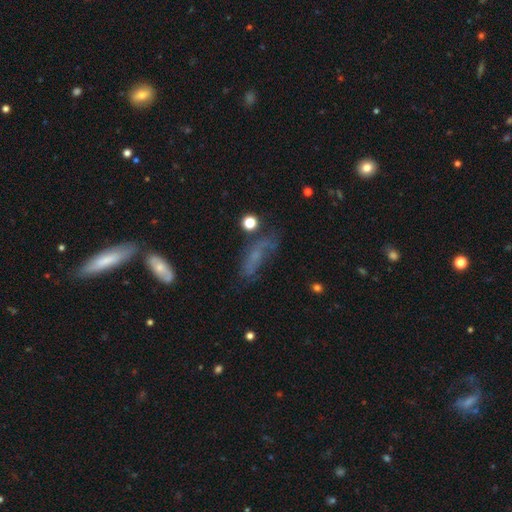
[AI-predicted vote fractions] smooth-or-featured: smooth: 43% | featured or disk: 38% | star or artifact: 20%
  merging: none: 47% | minor disturbance: 25% | major disturbance: 21% | merger: 7%